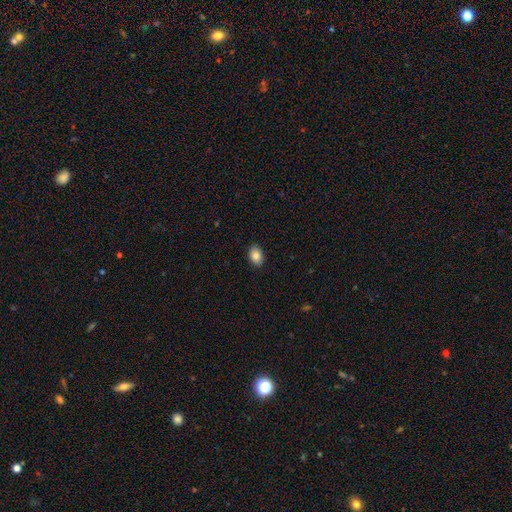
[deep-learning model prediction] Overall: smooth (85%). How rounded: in between (83%). Merging: none (89%).